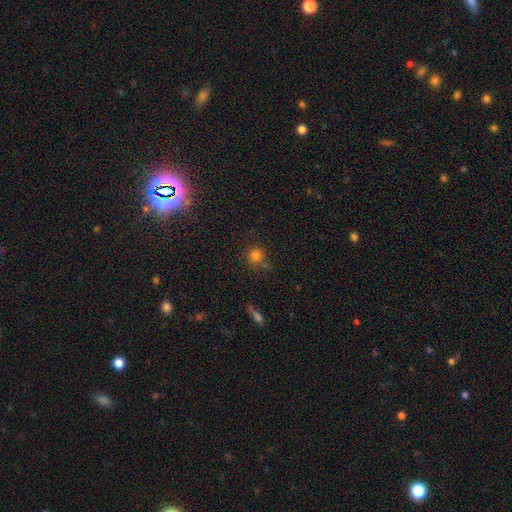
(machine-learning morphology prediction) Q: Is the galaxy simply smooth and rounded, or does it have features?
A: smooth — 76%.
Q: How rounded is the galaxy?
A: round — 90%.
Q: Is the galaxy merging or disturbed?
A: none — 68%.